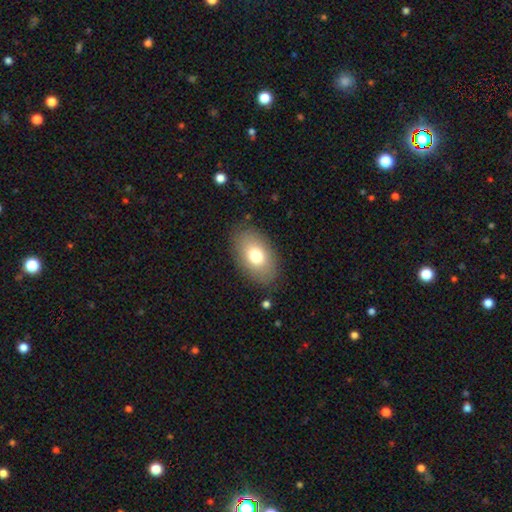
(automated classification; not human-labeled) smooth-or-featured: smooth: 73% | featured or disk: 18% | star or artifact: 8%
  how-rounded: in between: 89% | round: 10% | cigar-shaped: 1%
  merging: none: 83% | minor disturbance: 12% | major disturbance: 4% | merger: 1%